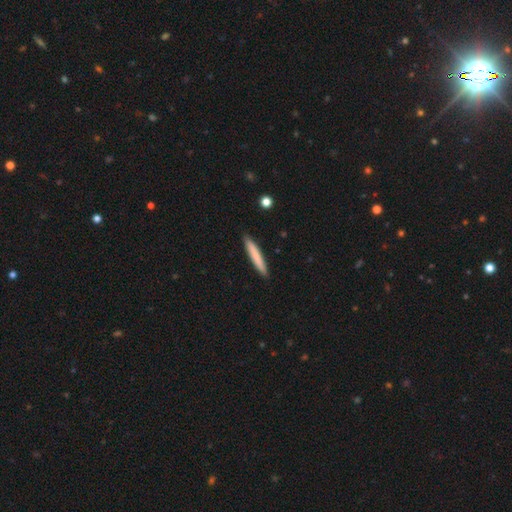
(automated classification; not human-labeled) Morphology: type=smooth (77%); roundness=cigar-shaped (95%); merging=none (91%).